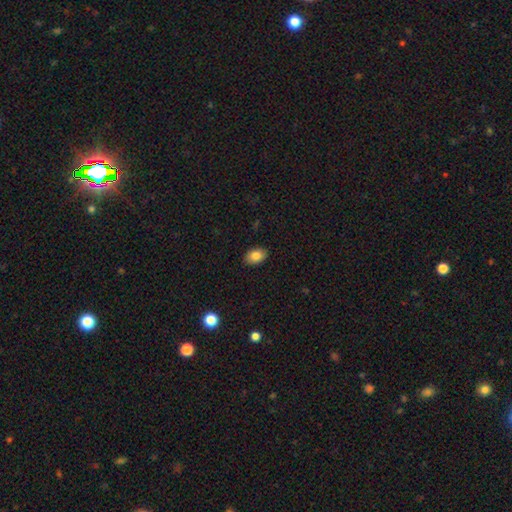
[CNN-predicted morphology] type=smooth (83%); roundness=in between (85%); merging=none (87%).